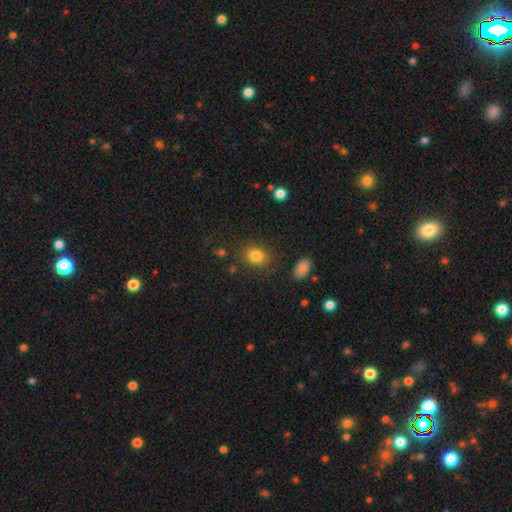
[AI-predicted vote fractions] Overall: smooth (83%). How rounded: round (52%; in between 47%). Merging: none (82%).